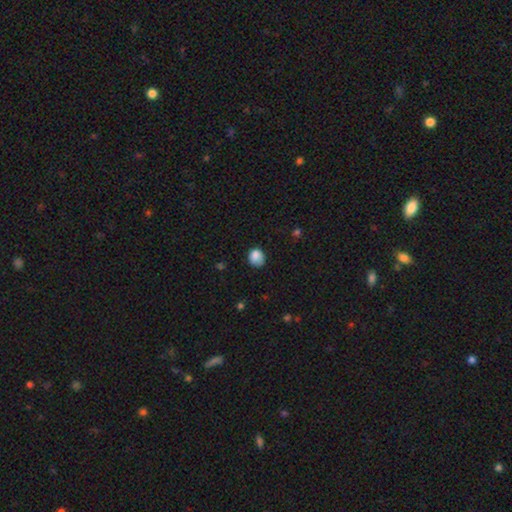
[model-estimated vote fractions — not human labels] smooth-or-featured: smooth: 83% | star or artifact: 9% | featured or disk: 8%
  how-rounded: round: 68% | in between: 31% | cigar-shaped: 1%
  merging: none: 61% | minor disturbance: 28% | major disturbance: 9% | merger: 2%